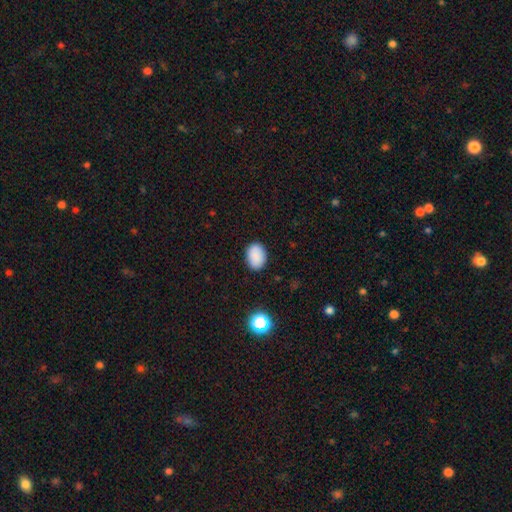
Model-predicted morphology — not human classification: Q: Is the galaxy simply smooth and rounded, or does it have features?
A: smooth — 88%.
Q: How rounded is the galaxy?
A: in between — 76%.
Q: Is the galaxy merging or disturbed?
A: none — 88%.